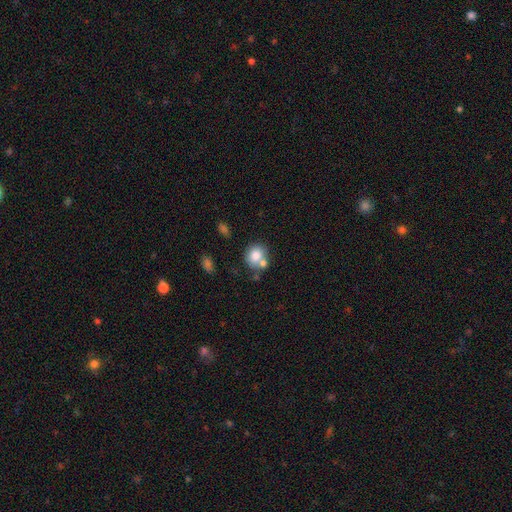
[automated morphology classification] Q: Smooth or featured?
A: smooth (78%); runner-up: featured or disk (12%)
Q: How rounded?
A: round (77%); runner-up: in between (22%)
Q: Merging?
A: none (53%); runner-up: merger (30%)